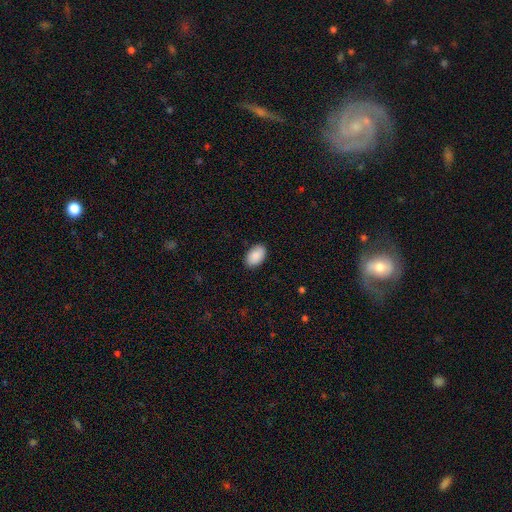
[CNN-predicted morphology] This is clearly a smooth galaxy (90%). How rounded: clearly in between (93%). Merging: clearly none (89%).